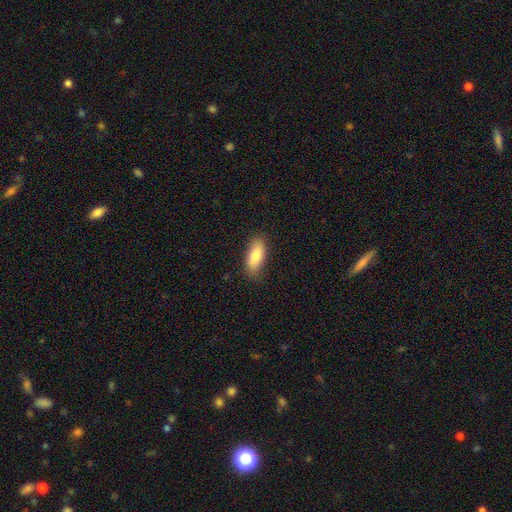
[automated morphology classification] A smooth galaxy with no disk features (80%) that is in between round and cigar-shaped (80%). Merging: none (85%).